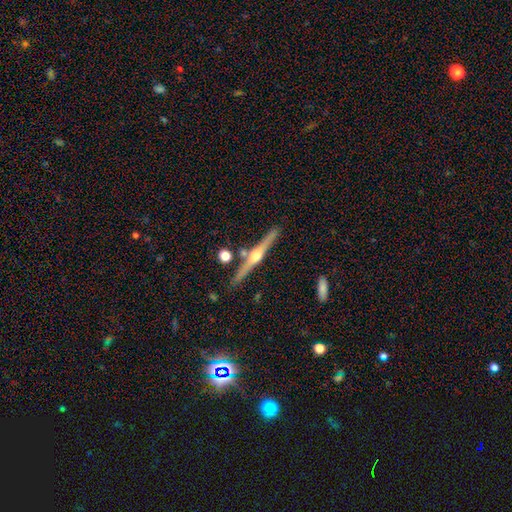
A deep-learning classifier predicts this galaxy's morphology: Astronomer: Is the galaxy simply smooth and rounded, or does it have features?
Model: featured or disk — 81%.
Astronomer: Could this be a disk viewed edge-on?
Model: yes — 98%.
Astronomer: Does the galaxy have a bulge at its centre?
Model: rounded — 94%.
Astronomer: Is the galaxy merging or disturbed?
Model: none — 87%.